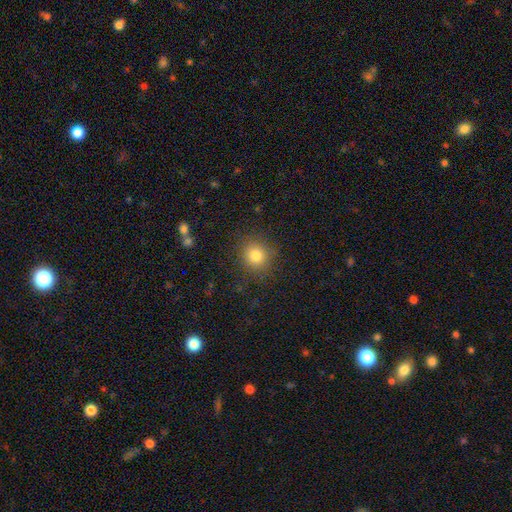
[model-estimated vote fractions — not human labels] The model was most divided on "smooth or featured": smooth: 81%, star or artifact: 13%, featured or disk: 6%. More confident: how rounded — round (88%); merging — none (87%).